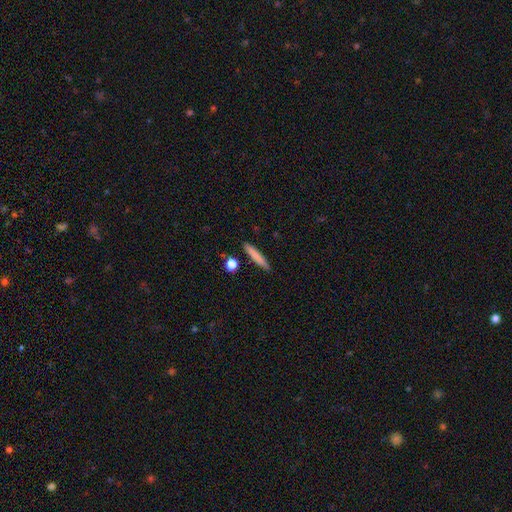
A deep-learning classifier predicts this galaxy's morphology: This is likely a smooth galaxy (78%). How rounded: clearly cigar-shaped (92%). Merging: clearly none (87%).